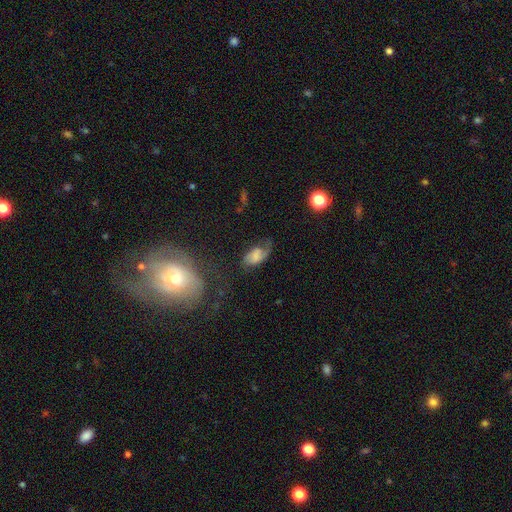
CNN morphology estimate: Q: Smooth or featured?
A: smooth (47%); runner-up: featured or disk (42%)
Q: Merging?
A: none (38%); runner-up: minor disturbance (29%)